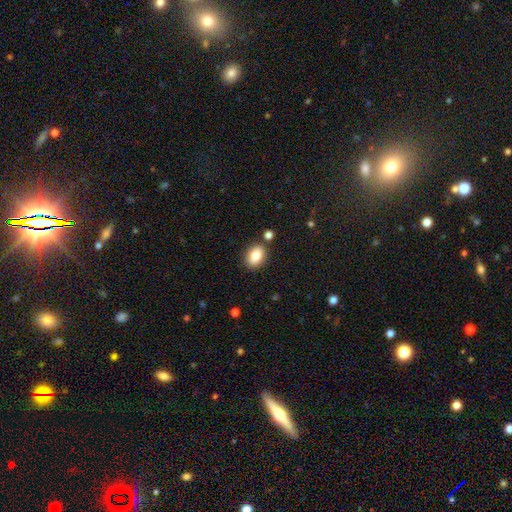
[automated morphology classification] Smooth or featured: smooth — 84% (featured or disk — 8%)
How rounded: in between — 83% (round — 16%)
Merging: none — 83% (minor disturbance — 10%)